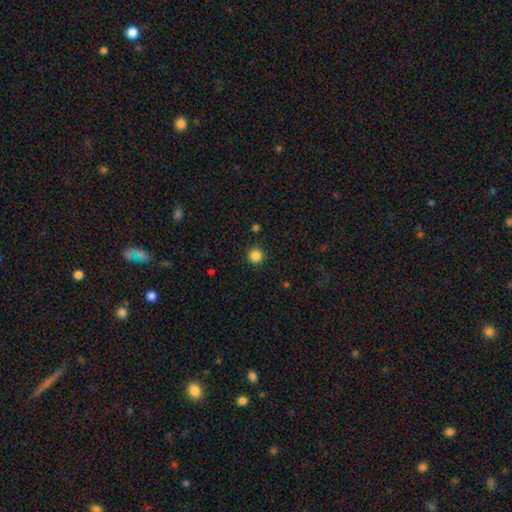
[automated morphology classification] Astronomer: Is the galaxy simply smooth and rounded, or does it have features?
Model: smooth — 85%.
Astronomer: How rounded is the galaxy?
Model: round — 95%.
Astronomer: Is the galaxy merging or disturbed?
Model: none — 91%.